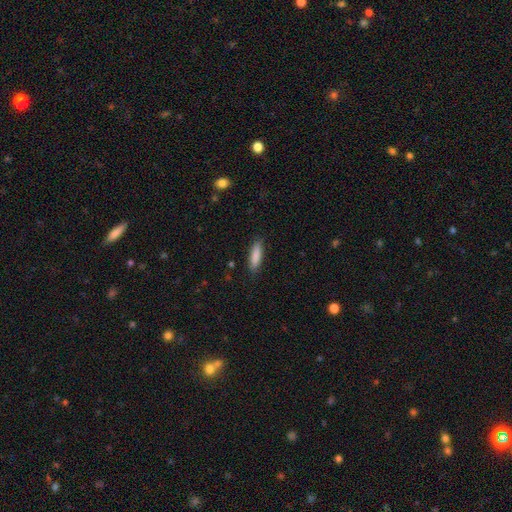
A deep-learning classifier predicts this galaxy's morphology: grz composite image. It shows a smooth galaxy with no disk features (87%) that is cigar-shaped (61%). Merging: none (87%).